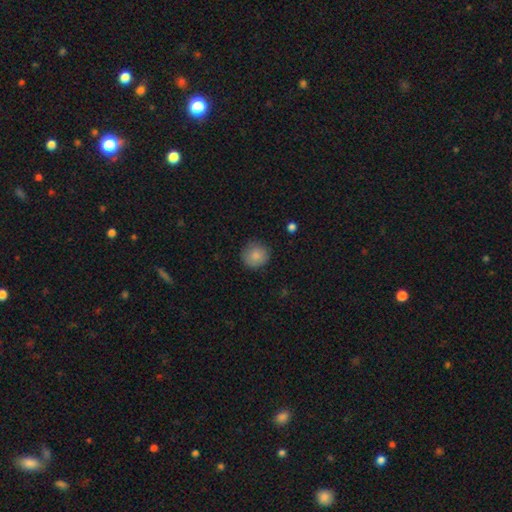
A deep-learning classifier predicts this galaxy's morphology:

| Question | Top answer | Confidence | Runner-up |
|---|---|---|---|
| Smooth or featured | smooth | 86% | star or artifact (9%) |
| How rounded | round | 91% | in between (8%) |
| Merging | none | 87% | minor disturbance (10%) |